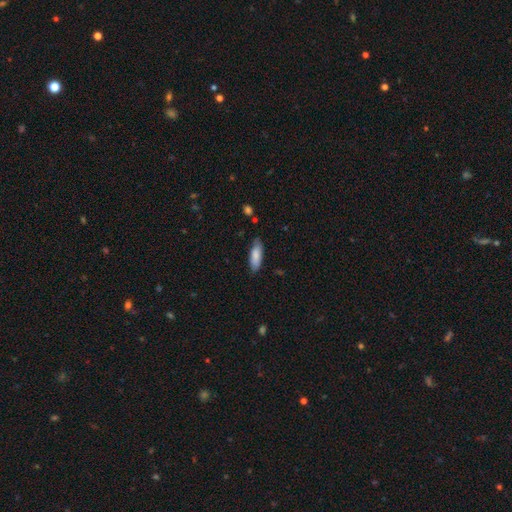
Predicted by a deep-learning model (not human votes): Smooth or featured? Predicted: smooth (p=0.84). How rounded? Predicted: in between (p=0.60). Merging? Predicted: none (p=0.78).